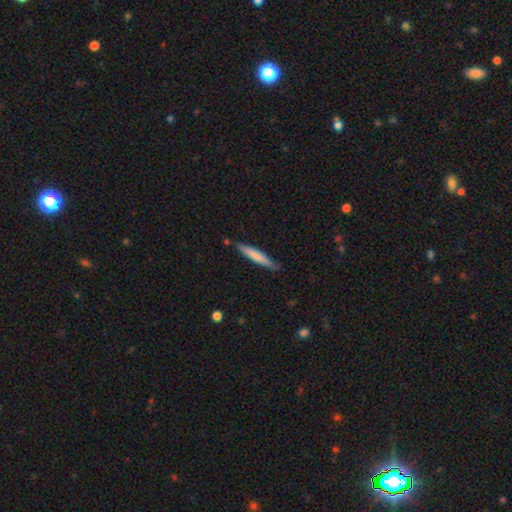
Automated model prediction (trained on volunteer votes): Smooth or featured: smooth — 67% (featured or disk — 28%)
How rounded: cigar-shaped — 93% (in between — 5%)
Merging: none — 84% (minor disturbance — 12%)